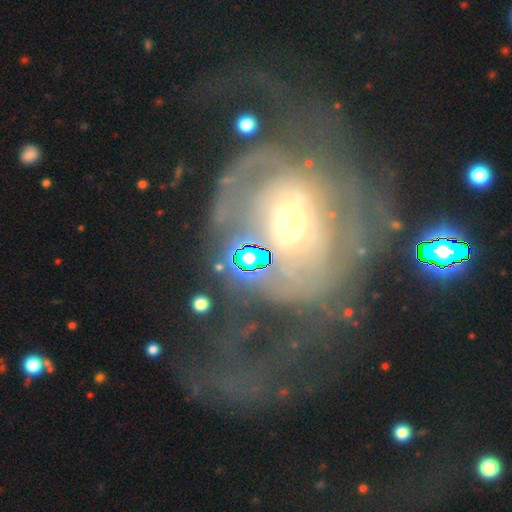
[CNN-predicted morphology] Smooth or featured?
  - featured or disk: 70% *
  - smooth: 19%
  - star or artifact: 11%
Edge-on disk?
  - no: 96% *
  - yes: 4%
Bar?
  - no: 67% *
  - weak: 24%
  - strong: 9%
Spiral arms?
  - yes: 58% *
  - no: 42%
Bulge size?
  - moderate: 62% *
  - small: 18%
  - large: 15%
  - dominant: 4%
  - none: 2%
Merging?
  - major disturbance: 53% *
  - none: 25%
  - minor disturbance: 13%
  - merger: 9%